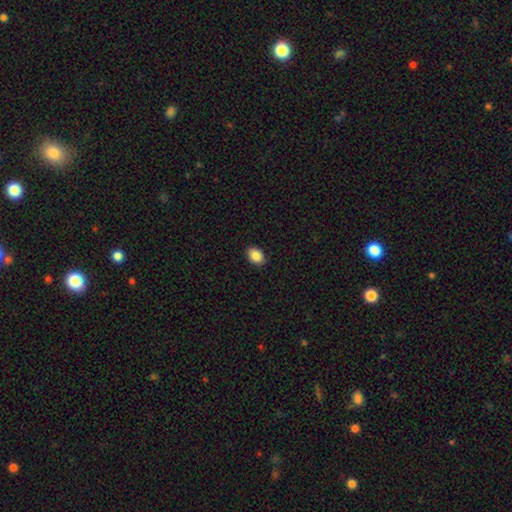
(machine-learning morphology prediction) Smooth or featured?
  - smooth: 88% *
  - star or artifact: 8%
  - featured or disk: 4%
How rounded?
  - in between: 78% *
  - round: 21%
  - cigar-shaped: 1%
Merging?
  - none: 90% *
  - minor disturbance: 7%
  - major disturbance: 2%
  - merger: 1%